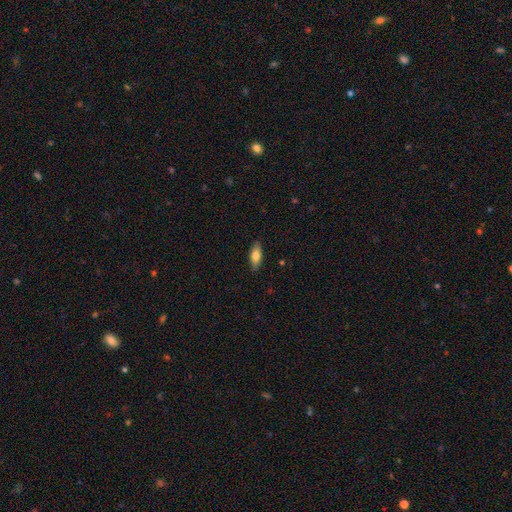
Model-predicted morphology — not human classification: The model was most divided on "how rounded": in between: 75%, cigar-shaped: 23%, round: 2%. More confident: merging — none (87%); smooth or featured — smooth (77%).